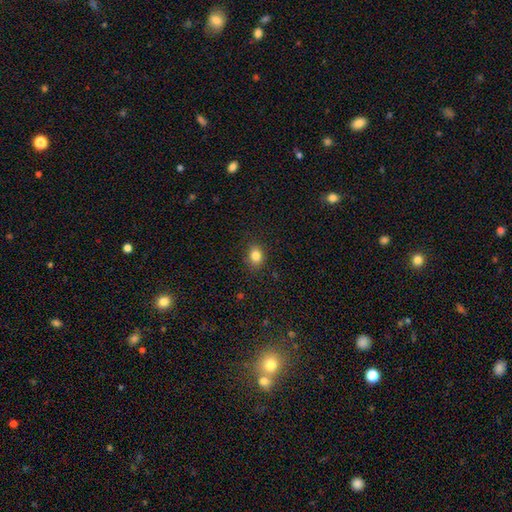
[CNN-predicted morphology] This appears to be a smooth galaxy with no disk features (84%) that is in between round and cigar-shaped (52%). Merging: none (84%).